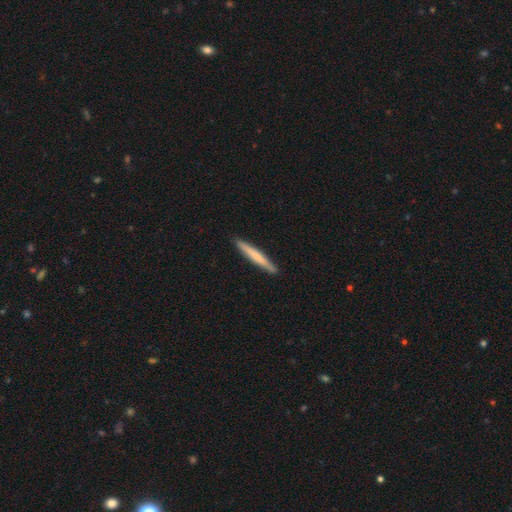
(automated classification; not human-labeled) This is likely a smooth galaxy (64%). How rounded: clearly cigar-shaped (96%). Merging: clearly none (91%).